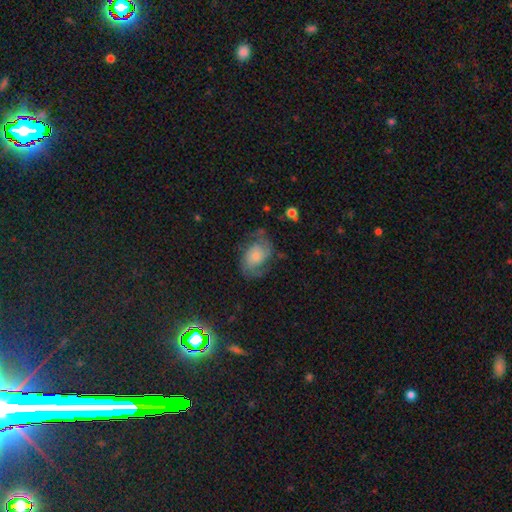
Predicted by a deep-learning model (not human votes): Smooth or featured: featured or disk — 69% (smooth — 23%)
Edge-on disk: no — 97% (yes — 3%)
Bar: no — 70% (weak — 25%)
Spiral arms: yes — 92% (no — 8%)
Spiral winding: medium — 47% (loose — 29%)
Spiral arm count: 2 — 85% (can't tell — 7%)
Bulge size: small — 41% (moderate — 26%)
Merging: none — 61% (minor disturbance — 22%)